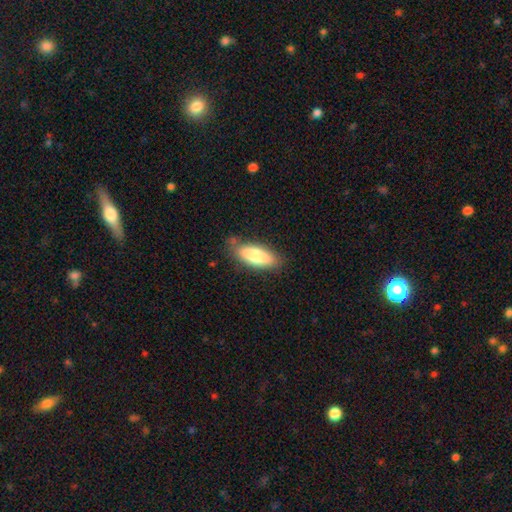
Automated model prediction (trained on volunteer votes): smooth 78%, featured or disk 16%, star or artifact 6%. Down the decision tree: how rounded — in between (72%); merging — none (78%).